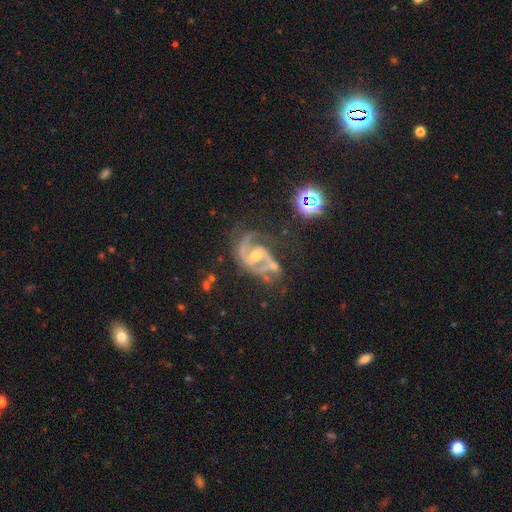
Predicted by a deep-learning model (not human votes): smooth_or_featured: featured or disk (p=0.88) [alt: star or artifact p=0.07]
disk_edge_on: no (p=0.98) [alt: yes p=0.02]
bar: weak (p=0.43) [alt: no p=0.36]
has_spiral_arms: yes (p=0.96) [alt: no p=0.04]
spiral_winding: medium (p=0.56) [alt: tight p=0.23]
spiral_arm_count: 2 (p=0.80) [alt: 1 p=0.07]
bulge_size: moderate (p=0.58) [alt: small p=0.37]
merging: none (p=0.45) [alt: minor disturbance p=0.22]